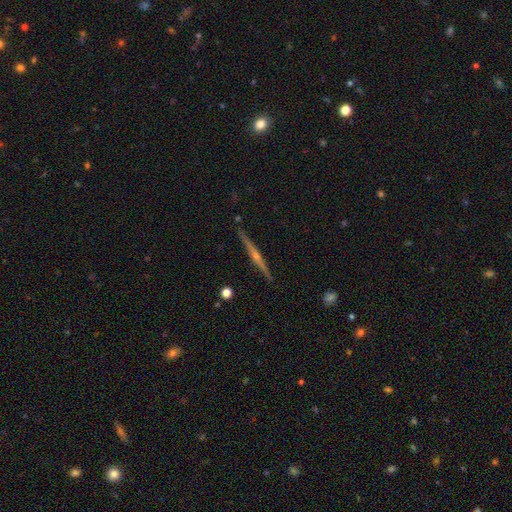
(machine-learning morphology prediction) Q: Smooth or featured?
A: featured or disk (83%); runner-up: smooth (11%)
Q: Edge-on disk?
A: yes (98%); runner-up: no (2%)
Q: Edge-on bulge?
A: rounded (85%); runner-up: none (10%)
Q: Merging?
A: none (91%); runner-up: minor disturbance (7%)